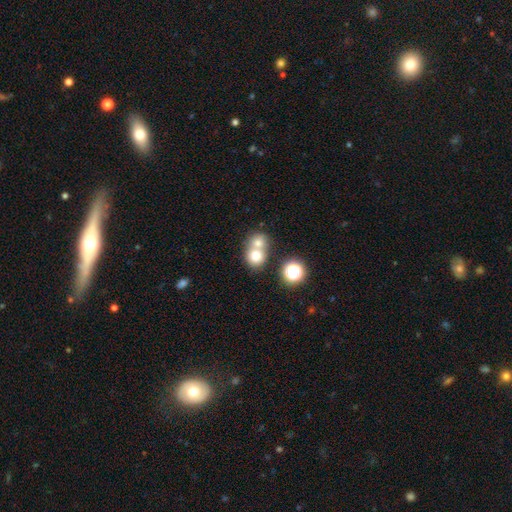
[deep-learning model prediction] A smooth galaxy with no disk features (72%) that is round (76%).

Vote fractions:
- Smooth or featured? smooth: 72% / featured or disk: 15% / star or artifact: 13%
- How rounded? round: 76% / in between: 23% / cigar-shaped: 1%
- Merging? merger: 61% / none: 32% / minor disturbance: 5% / major disturbance: 2%